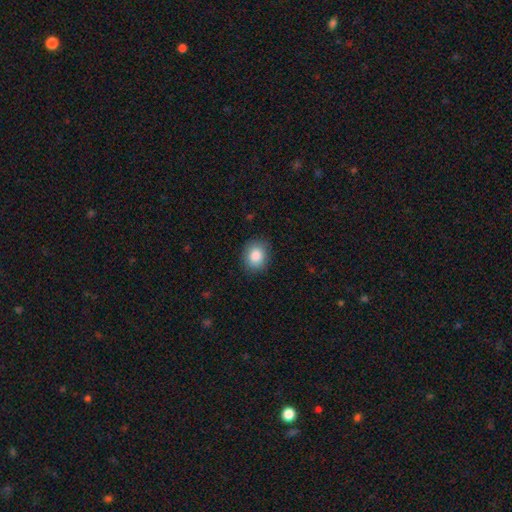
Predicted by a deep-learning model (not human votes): A smooth galaxy with no disk features (86%) that is round (59%).

Vote fractions:
- Smooth or featured? smooth: 86% / star or artifact: 8% / featured or disk: 6%
- How rounded? round: 59% / in between: 40% / cigar-shaped: 1%
- Merging? none: 85% / minor disturbance: 11% / major disturbance: 3% / merger: 1%